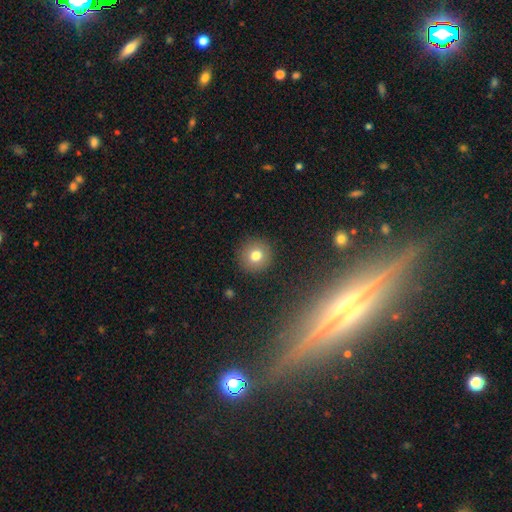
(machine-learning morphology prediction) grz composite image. It shows a smooth galaxy with no disk features (78%) that is round (94%). Merging: none (92%).